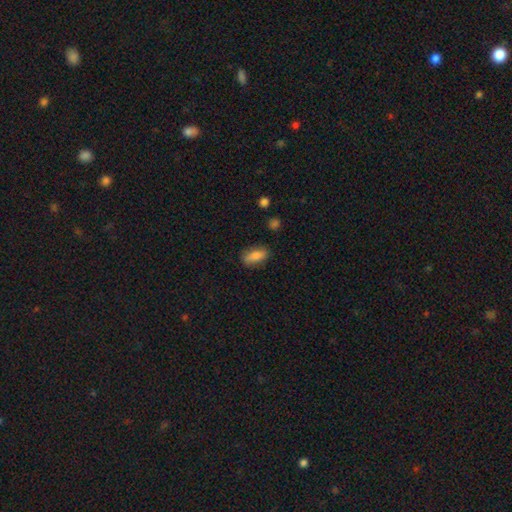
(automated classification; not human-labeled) This is clearly a smooth galaxy (82%). How rounded: clearly in between (80%). Merging: clearly none (82%).